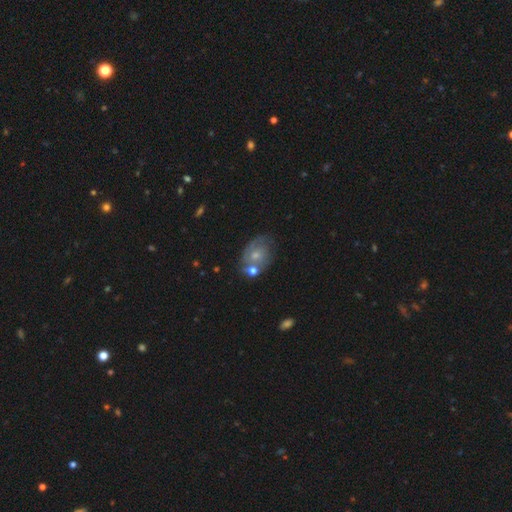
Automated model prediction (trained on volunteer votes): Smooth or featured: featured or disk — 56% (smooth — 34%)
Edge-on disk: no — 97% (yes — 3%)
Bar: no — 75% (weak — 22%)
Spiral arms: yes — 75% (no — 25%)
Bulge size: small — 52% (moderate — 39%)
Merging: none — 53% (minor disturbance — 23%)